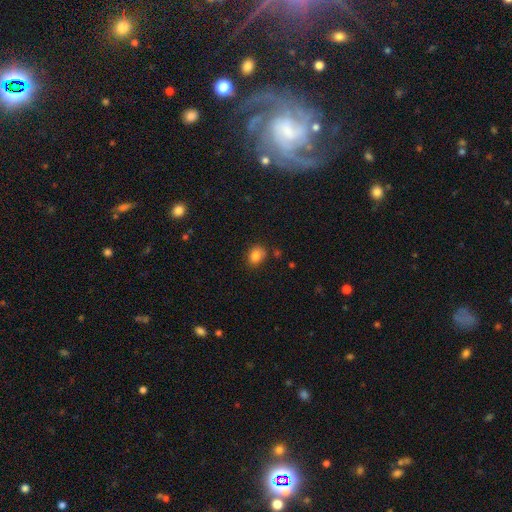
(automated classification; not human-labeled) This appears to be a smooth galaxy with no disk features (85%) that is in between round and cigar-shaped (54%). Merging: none (77%).